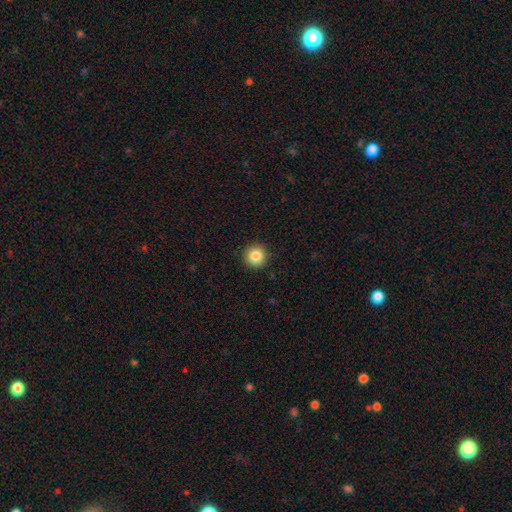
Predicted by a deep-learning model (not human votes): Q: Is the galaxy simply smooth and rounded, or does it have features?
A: smooth — 84%.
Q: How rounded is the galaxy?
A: round — 95%.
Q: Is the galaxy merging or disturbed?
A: none — 92%.